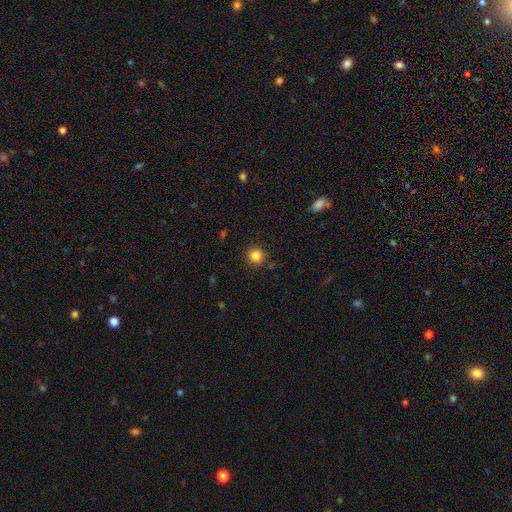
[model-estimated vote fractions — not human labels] This appears to be a smooth galaxy with no disk features (83%) that is round (95%). Merging: none (90%).